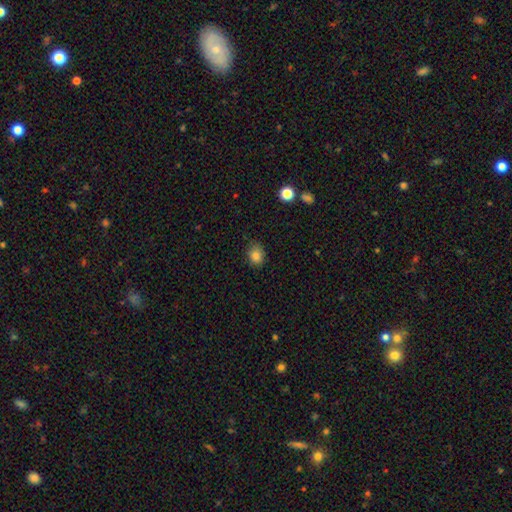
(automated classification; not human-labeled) The model was most divided on "how rounded": round: 51%, in between: 48%, cigar-shaped: 1%. More confident: smooth or featured — smooth (82%); merging — none (79%).